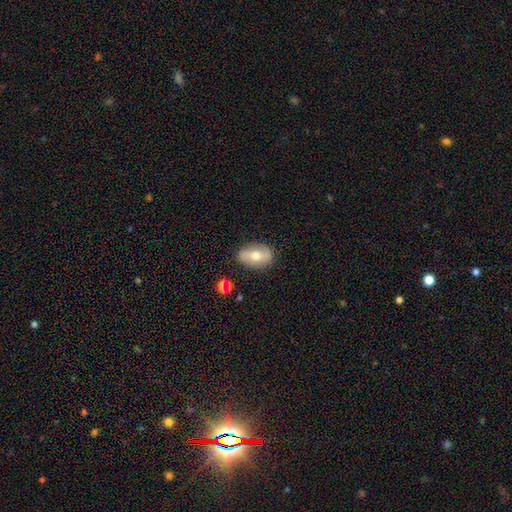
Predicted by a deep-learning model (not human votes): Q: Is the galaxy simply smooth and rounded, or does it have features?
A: smooth — 51%.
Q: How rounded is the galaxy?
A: in between — 84%.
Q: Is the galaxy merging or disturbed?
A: none — 79%.